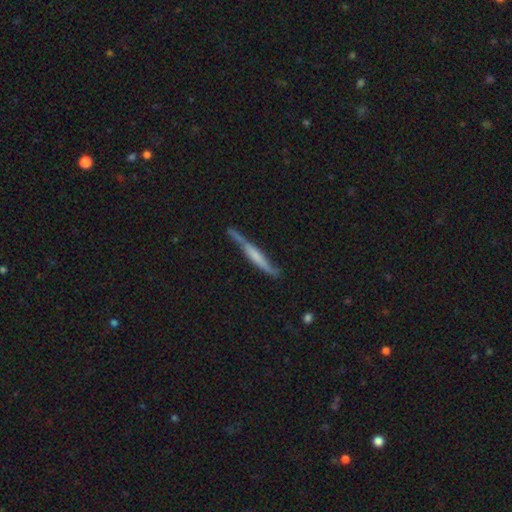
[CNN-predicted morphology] Smooth or featured? featured or disk (59%)
Edge-on disk? yes (85%)
Merging? none (62%)